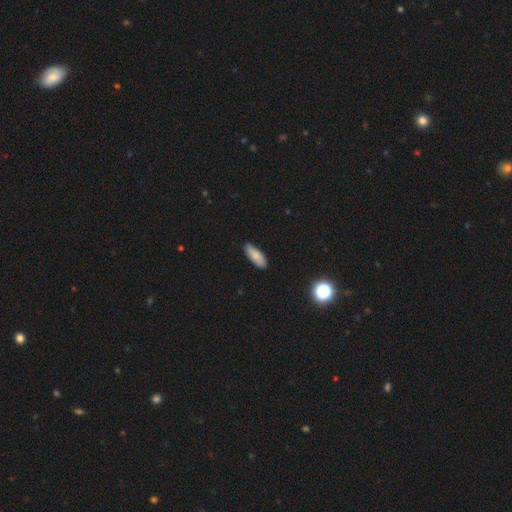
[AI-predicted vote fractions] smooth 84%, featured or disk 8%, star or artifact 7%. Down the decision tree: how rounded — in between (69%); merging — none (84%).